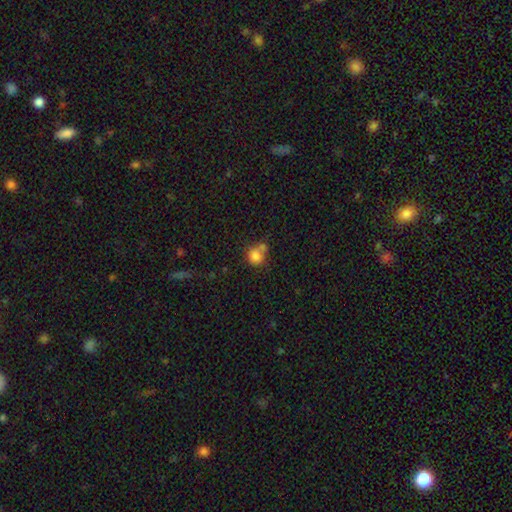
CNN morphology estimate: A smooth galaxy with no disk features (83%) that is round (83%).

Vote fractions:
- Smooth or featured? smooth: 83% / star or artifact: 10% / featured or disk: 7%
- How rounded? round: 83% / in between: 16% / cigar-shaped: 1%
- Merging? none: 49% / merger: 33% / minor disturbance: 13% / major disturbance: 5%